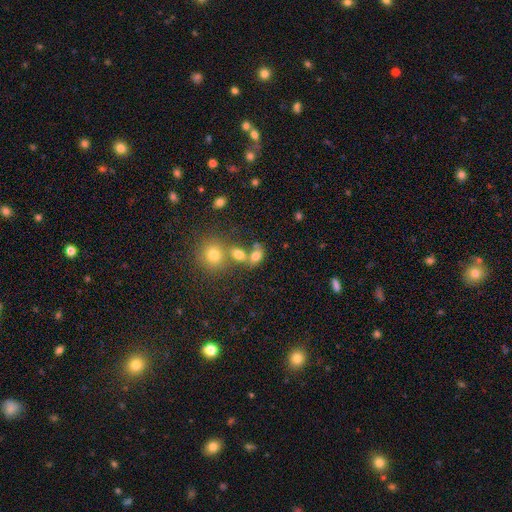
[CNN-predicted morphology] Smooth or featured?
  - smooth: 74% *
  - star or artifact: 14%
  - featured or disk: 12%
How rounded?
  - in between: 71% *
  - round: 27%
  - cigar-shaped: 2%
Merging?
  - none: 42% *
  - merger: 40%
  - minor disturbance: 11%
  - major disturbance: 7%